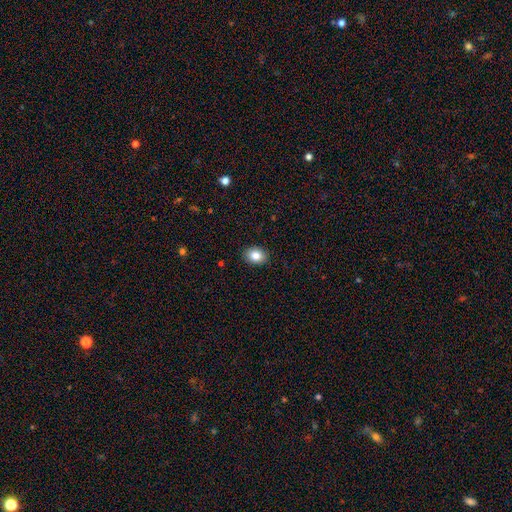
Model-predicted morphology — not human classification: Smooth or featured? smooth (84%)
How rounded? in between (64%)
Merging? none (90%)